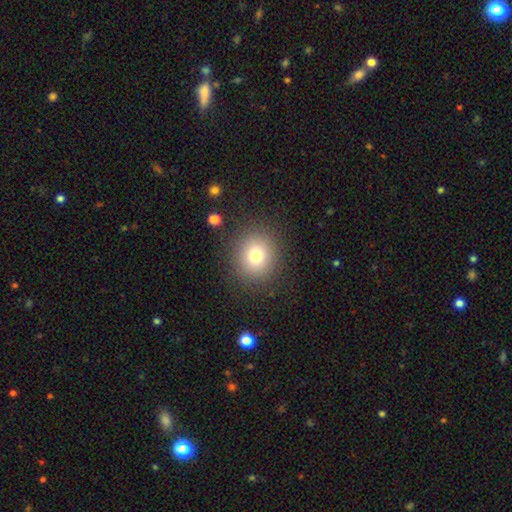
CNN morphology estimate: Smooth or featured: smooth — 76% (star or artifact — 14%)
How rounded: round — 86% (in between — 13%)
Merging: none — 88% (minor disturbance — 7%)